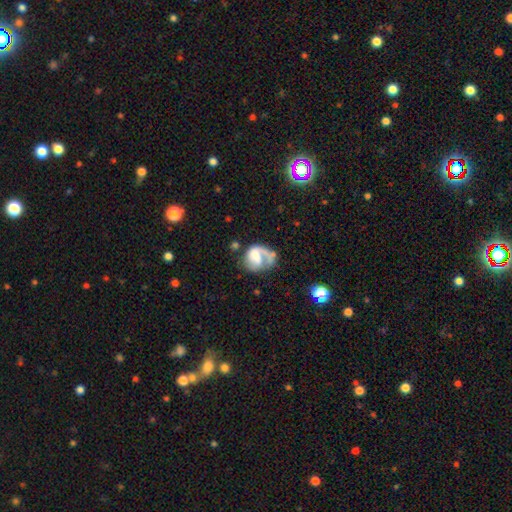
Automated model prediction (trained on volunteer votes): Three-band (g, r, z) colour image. It shows a featured or disk galaxy (70%) with no bar (49%), 1 (69%) medium (39%) spiral arms (86%) and a moderate central bulge (31%, tied with small). Merging: none (41%).